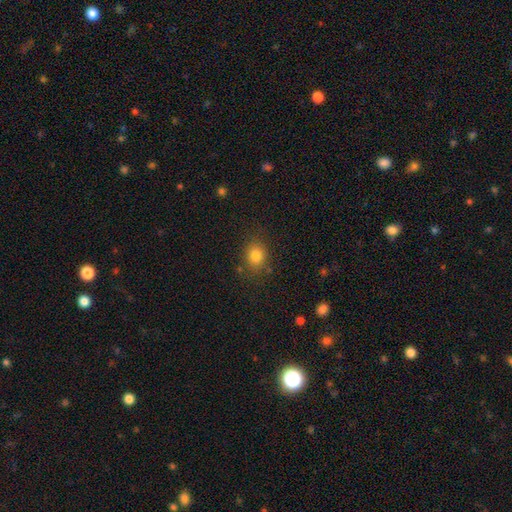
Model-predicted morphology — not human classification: This appears to be a smooth galaxy with no disk features (81%) that is round (57%). Merging: none (79%).